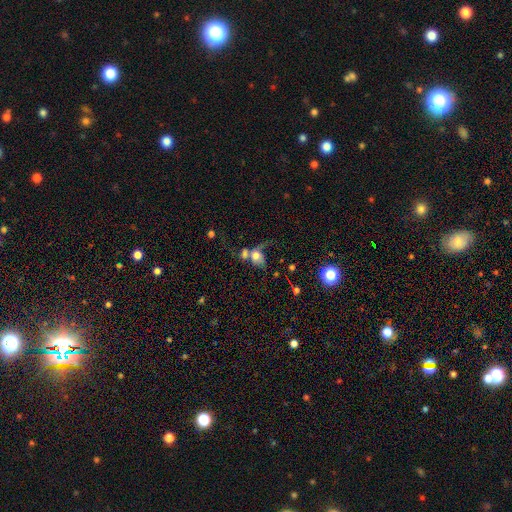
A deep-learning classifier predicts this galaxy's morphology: Smooth or featured? Predicted: smooth (p=0.57). How rounded? Predicted: in between (p=0.52). Merging? Predicted: merger (p=0.58).